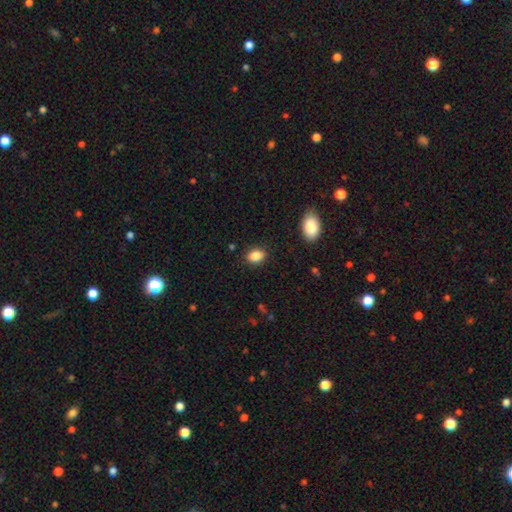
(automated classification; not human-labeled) A smooth galaxy with no disk features (87%) that is in between round and cigar-shaped (74%). Merging: none (87%).